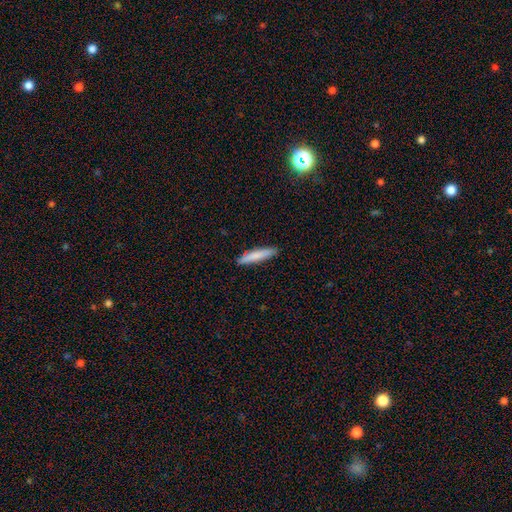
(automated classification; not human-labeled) A smooth galaxy with no disk features (81%) that is cigar-shaped (88%).

Vote fractions:
- Smooth or featured? smooth: 81% / featured or disk: 13% / star or artifact: 6%
- How rounded? cigar-shaped: 88% / in between: 11% / round: 1%
- Merging? none: 90% / minor disturbance: 8% / major disturbance: 2% / merger: 1%